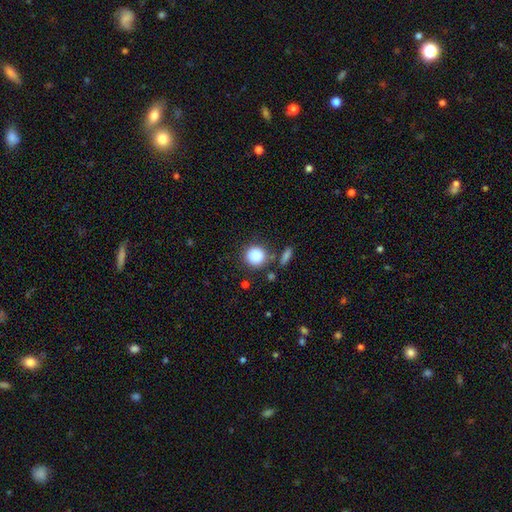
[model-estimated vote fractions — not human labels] Morphology: type=smooth (87%); roundness=round (90%); merging=none (79%).